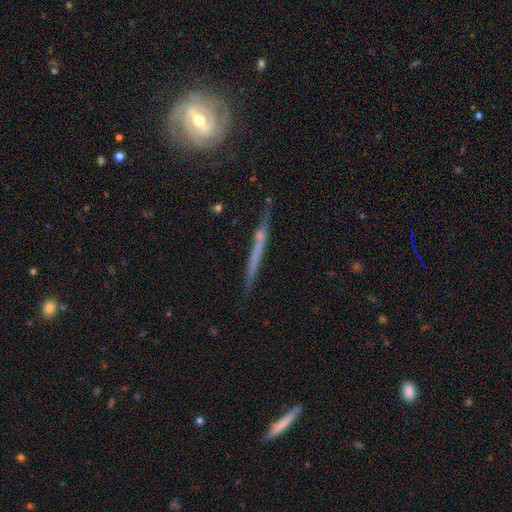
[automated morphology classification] Smooth or featured: featured or disk — 66% (smooth — 22%)
Edge-on disk: yes — 90% (no — 10%)
Edge-on bulge: none — 67% (rounded — 25%)
Merging: none — 85% (minor disturbance — 10%)